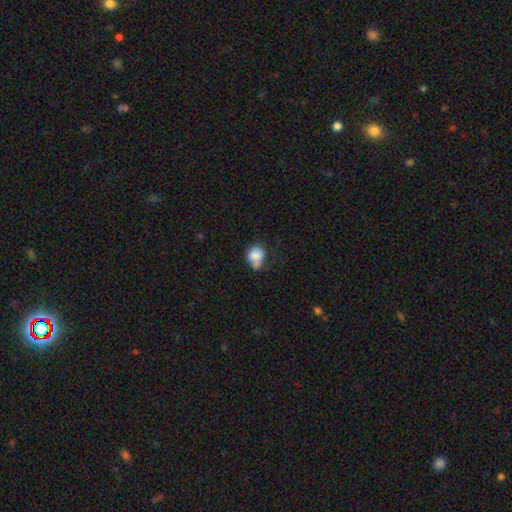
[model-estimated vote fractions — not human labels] Morphology: type=smooth (79%); roundness=round (63%); merging=none (39%).